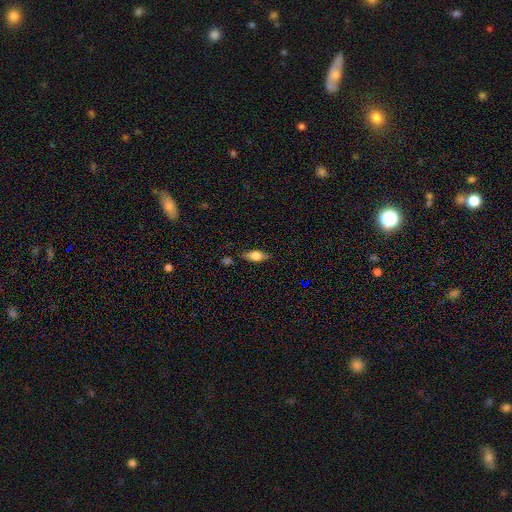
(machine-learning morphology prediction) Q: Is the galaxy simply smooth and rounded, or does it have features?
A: smooth — 64%.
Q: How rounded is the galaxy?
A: in between — 72%.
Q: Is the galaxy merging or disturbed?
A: none — 79%.